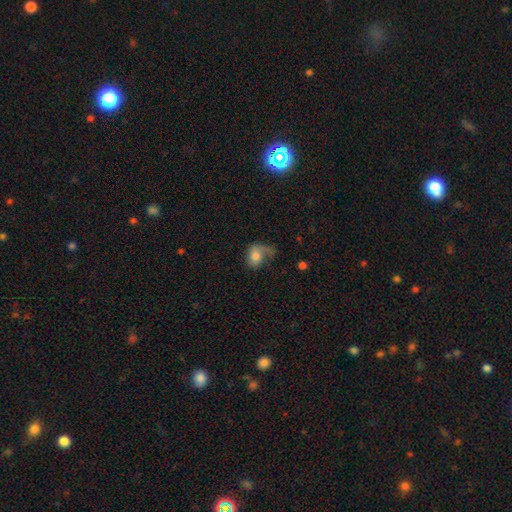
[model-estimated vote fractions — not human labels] smooth 64%, featured or disk 27%, star or artifact 9%. Down the decision tree: how rounded — in between (66%); merging — major disturbance (42%).